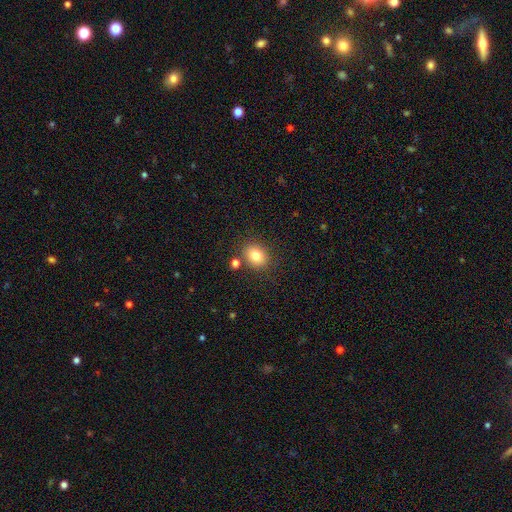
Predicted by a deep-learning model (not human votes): Smooth or featured?
  - smooth: 82% *
  - star or artifact: 10%
  - featured or disk: 8%
How rounded?
  - round: 52% *
  - in between: 47%
  - cigar-shaped: 1%
Merging?
  - none: 79% *
  - minor disturbance: 10%
  - merger: 7%
  - major disturbance: 3%